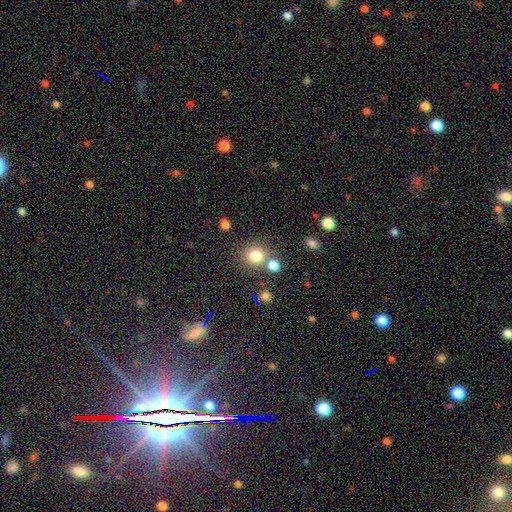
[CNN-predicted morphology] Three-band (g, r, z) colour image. It shows a smooth galaxy with no disk features (79%) that is round (85%). Merging: none (70%).